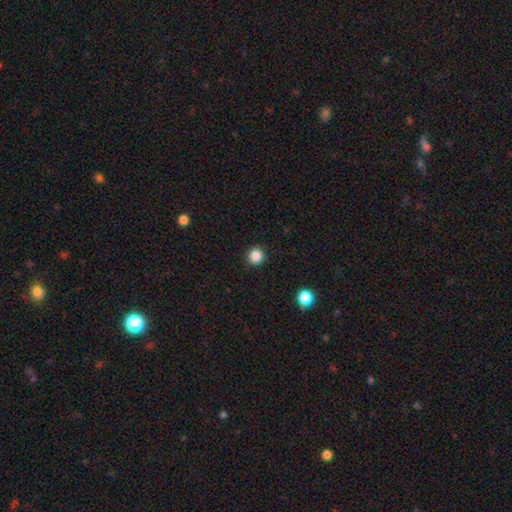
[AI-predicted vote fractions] Smooth or featured? smooth (86%)
How rounded? round (96%)
Merging? none (93%)